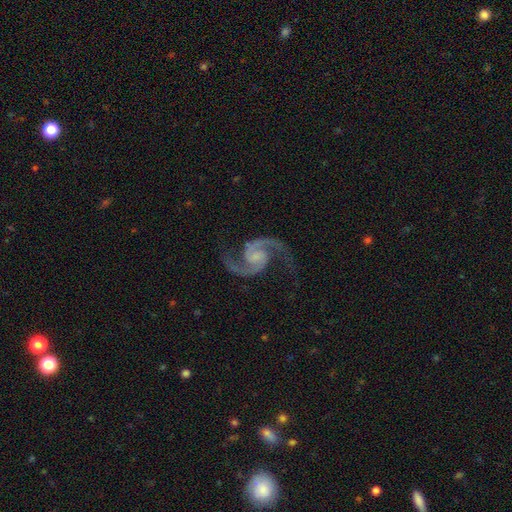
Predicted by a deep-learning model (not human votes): smooth_or_featured: featured or disk (p=0.94) [alt: star or artifact p=0.04]
disk_edge_on: no (p=0.98) [alt: yes p=0.02]
bar: no (p=0.52) [alt: weak p=0.38]
has_spiral_arms: yes (p=0.99) [alt: no p=0.01]
spiral_winding: medium (p=0.57) [alt: loose p=0.34]
spiral_arm_count: 2 (p=0.95) [alt: can't tell p=0.01]
bulge_size: none (p=0.45) [alt: small p=0.31]
merging: none (p=0.79) [alt: minor disturbance p=0.13]